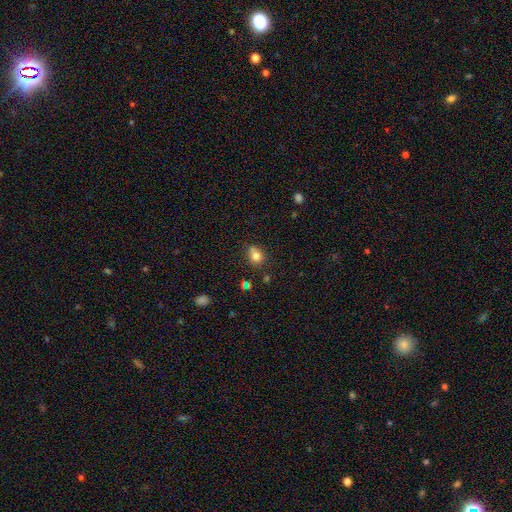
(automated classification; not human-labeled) Smooth or featured: smooth — 79% (star or artifact — 13%)
How rounded: round — 56% (in between — 43%)
Merging: none — 58% (minor disturbance — 21%)